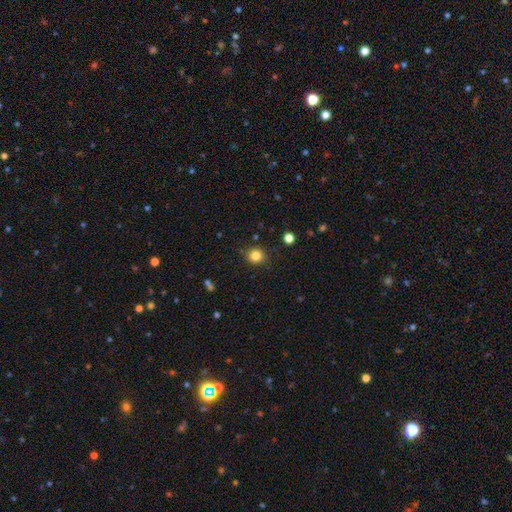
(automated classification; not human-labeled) This is clearly a smooth galaxy (82%). How rounded: clearly round (86%). Merging: clearly none (86%).